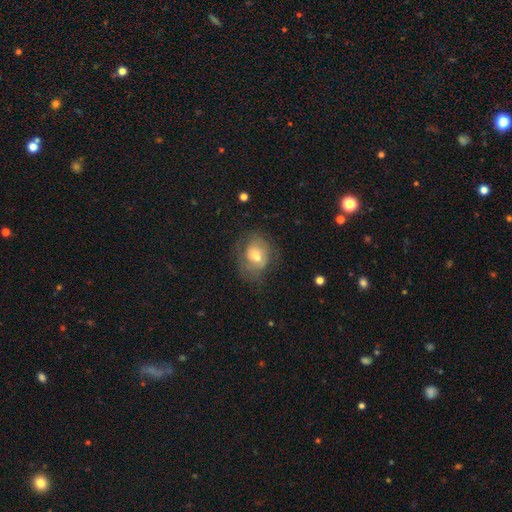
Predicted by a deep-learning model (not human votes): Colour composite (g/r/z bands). It shows a featured or disk galaxy (46%). Merging: none (56%).